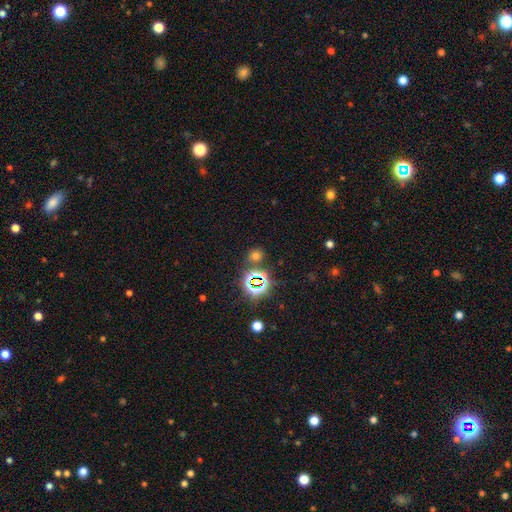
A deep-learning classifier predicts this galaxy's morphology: Smooth or featured? Predicted: smooth (p=0.56). How rounded? Predicted: round (p=0.72). Merging? Predicted: none (p=0.78).